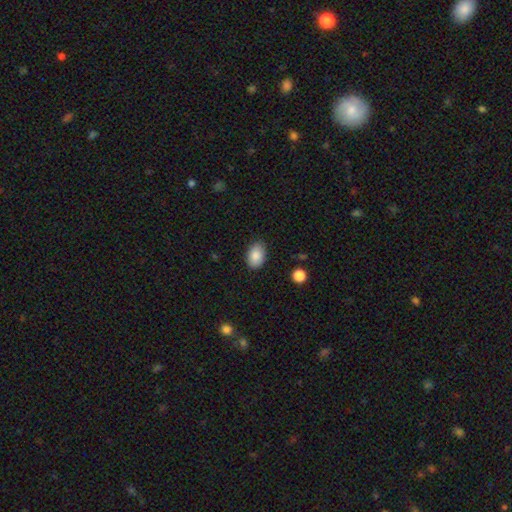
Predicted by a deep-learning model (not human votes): smooth 88%, star or artifact 7%, featured or disk 5%. Down the decision tree: how rounded — in between (86%); merging — none (85%).